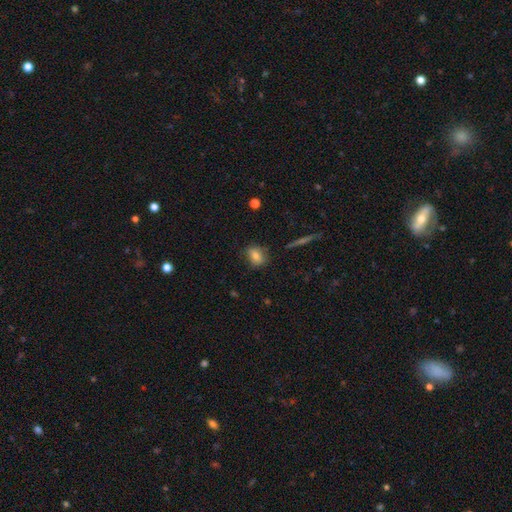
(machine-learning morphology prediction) smooth 79%, featured or disk 12%, star or artifact 9%. Down the decision tree: how rounded — in between (60%); merging — none (76%).